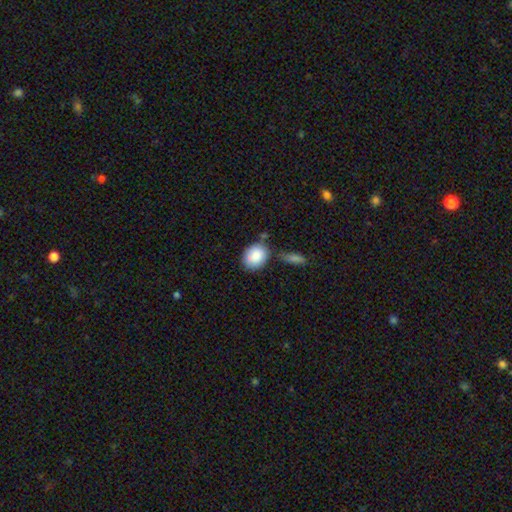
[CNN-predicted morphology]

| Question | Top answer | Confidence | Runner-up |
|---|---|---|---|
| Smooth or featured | smooth | 85% | featured or disk (8%) |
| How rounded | round | 52% | in between (47%) |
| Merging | none | 64% | minor disturbance (18%) |